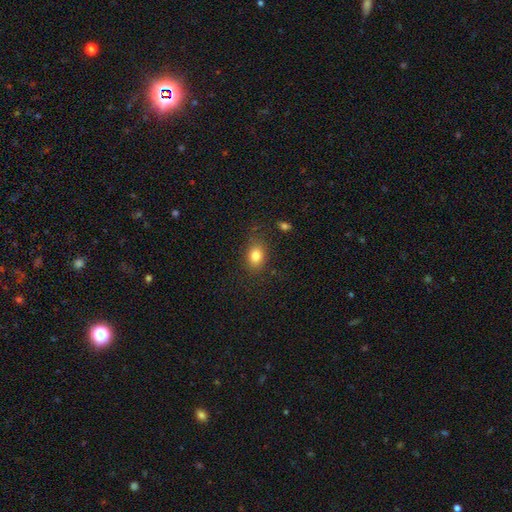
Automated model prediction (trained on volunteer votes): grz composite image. It shows a smooth galaxy with no disk features (82%) that is in between round and cigar-shaped (73%). Merging: none (77%).